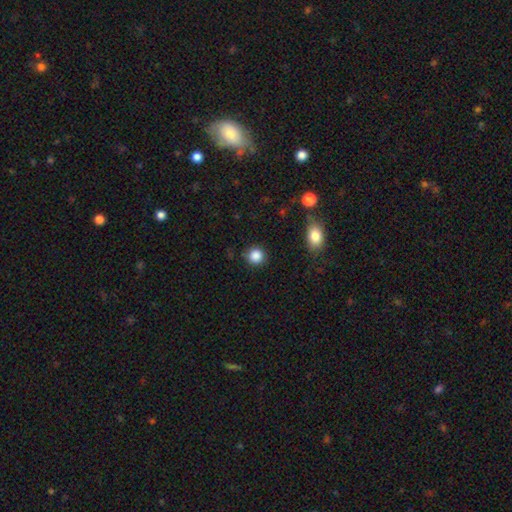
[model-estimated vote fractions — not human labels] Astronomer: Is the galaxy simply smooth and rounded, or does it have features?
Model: smooth — 87%.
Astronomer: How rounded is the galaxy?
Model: round — 91%.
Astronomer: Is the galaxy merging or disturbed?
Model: none — 86%.